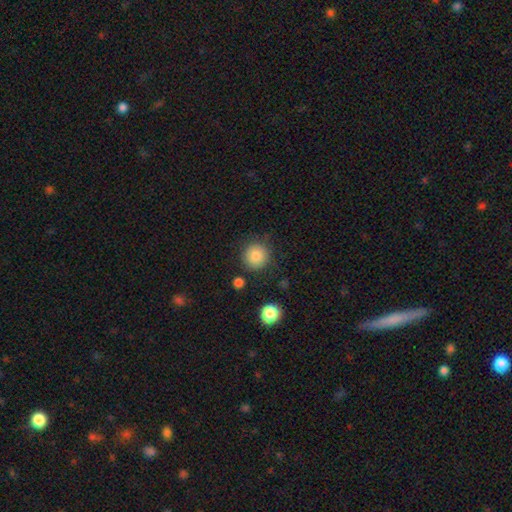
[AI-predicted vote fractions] Overall: smooth (86%). How rounded: round (93%). Merging: none (85%).